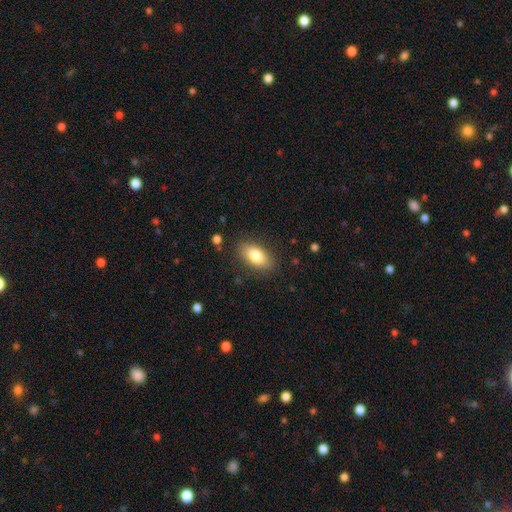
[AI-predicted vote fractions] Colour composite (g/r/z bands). It shows a smooth galaxy with no disk features (81%) that is in between round and cigar-shaped (90%). Merging: none (84%).